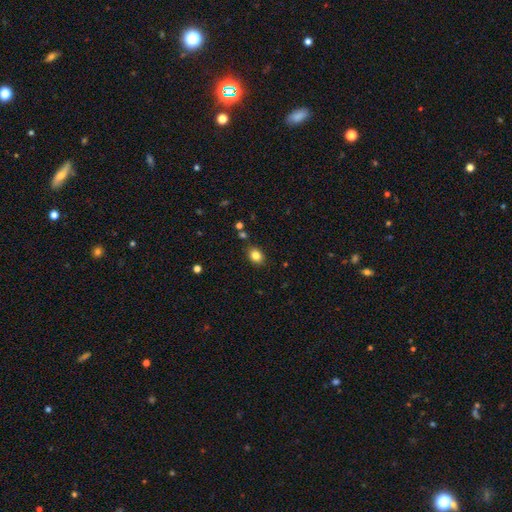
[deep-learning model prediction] smooth-or-featured: smooth: 83% | star or artifact: 11% | featured or disk: 6%
  how-rounded: in between: 56% | round: 43% | cigar-shaped: 1%
  merging: none: 86% | minor disturbance: 9% | merger: 2% | major disturbance: 2%